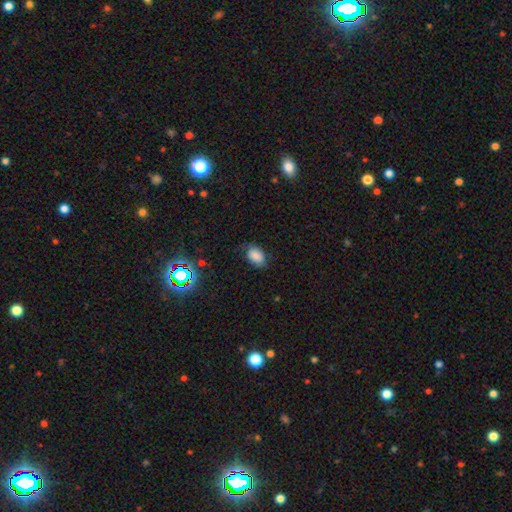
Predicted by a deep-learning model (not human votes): This appears to be a smooth galaxy with no disk features (76%) that is in between round and cigar-shaped (85%). Merging: none (67%).